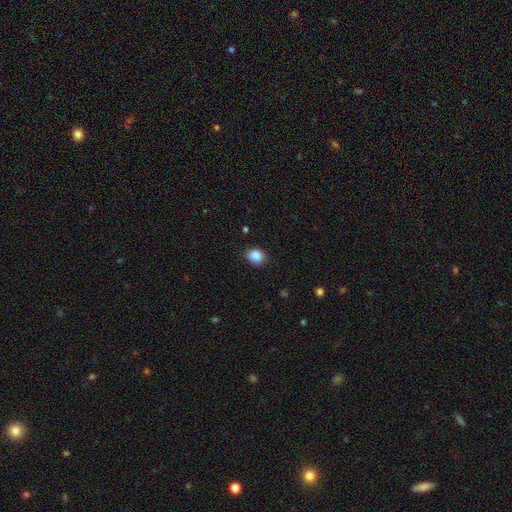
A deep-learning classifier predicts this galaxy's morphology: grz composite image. It shows a smooth galaxy with no disk features (87%) that is round (61%). Merging: none (84%).